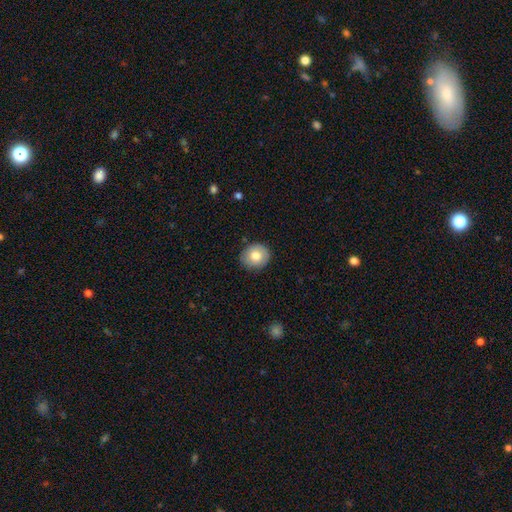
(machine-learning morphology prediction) smooth 78%, featured or disk 14%, star or artifact 8%. Down the decision tree: how rounded — round (82%); merging — none (87%).